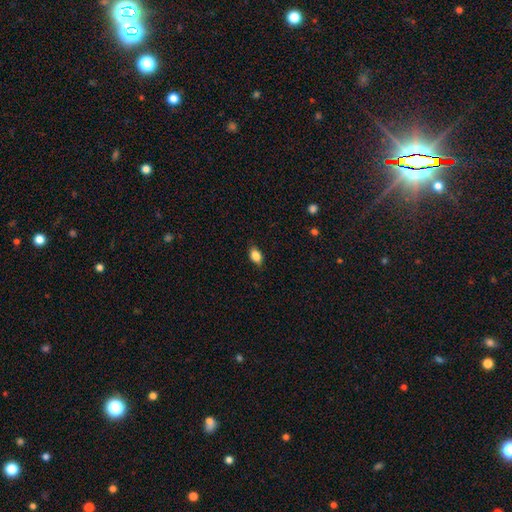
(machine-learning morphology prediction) Q: Smooth or featured?
A: smooth (86%); runner-up: star or artifact (8%)
Q: How rounded?
A: in between (86%); runner-up: round (12%)
Q: Merging?
A: none (84%); runner-up: minor disturbance (13%)